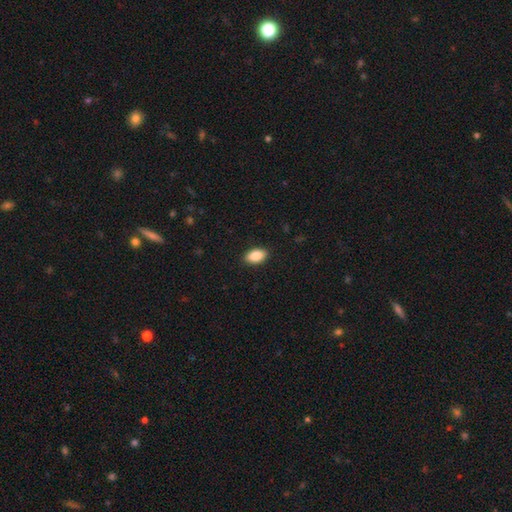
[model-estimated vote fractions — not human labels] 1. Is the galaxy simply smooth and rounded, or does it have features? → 88% smooth, 7% star or artifact, 5% featured or disk.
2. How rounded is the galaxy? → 93% in between, 5% round, 2% cigar-shaped.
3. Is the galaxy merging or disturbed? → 90% none, 8% minor disturbance, 2% major disturbance, 1% merger.